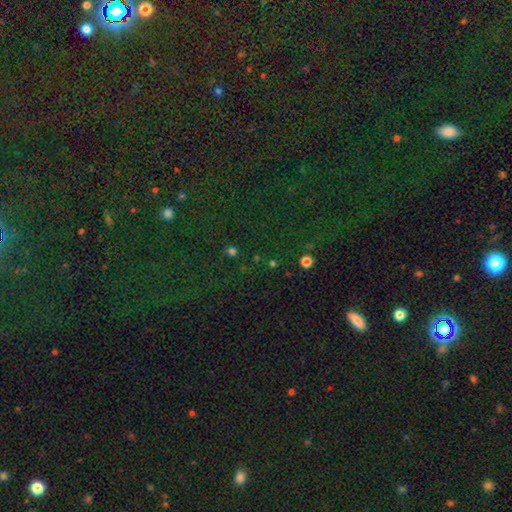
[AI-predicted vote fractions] Q: Smooth or featured?
A: star or artifact (79%); runner-up: smooth (14%)